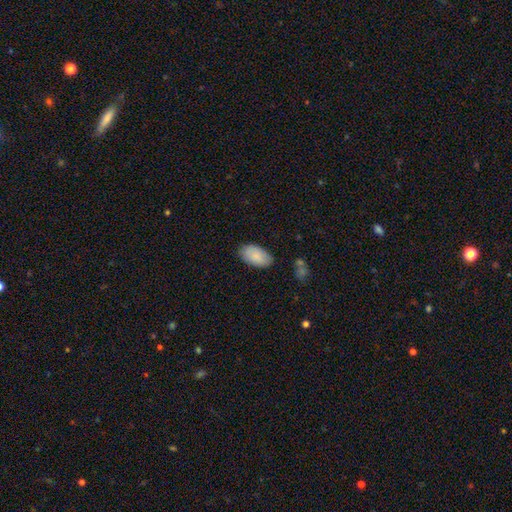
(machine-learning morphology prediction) The model was most divided on "merging": none: 81%, minor disturbance: 15%, major disturbance: 3%, merger: 2%. More confident: how rounded — in between (95%); smooth or featured — smooth (86%).